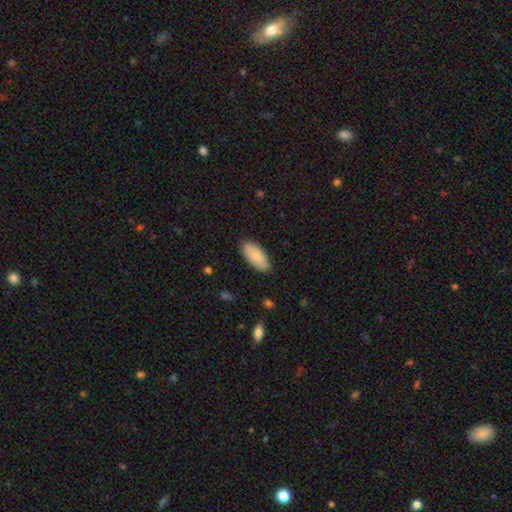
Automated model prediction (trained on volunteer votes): Morphology: type=smooth (85%); roundness=in between (90%); merging=none (87%).